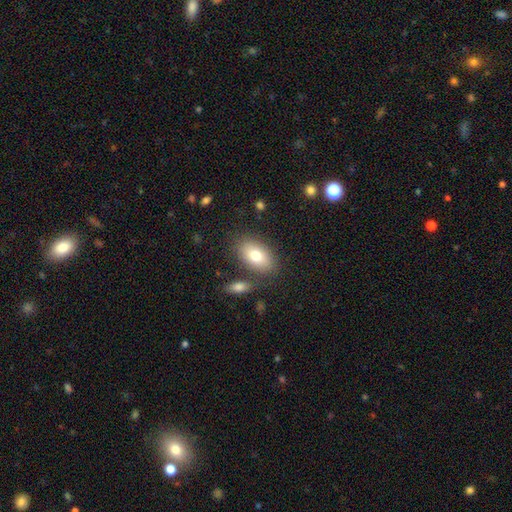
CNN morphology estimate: smooth_or_featured: smooth (p=0.78) [alt: featured or disk p=0.15]
how_rounded: in between (p=0.90) [alt: round p=0.08]
merging: none (p=0.77) [alt: minor disturbance p=0.11]